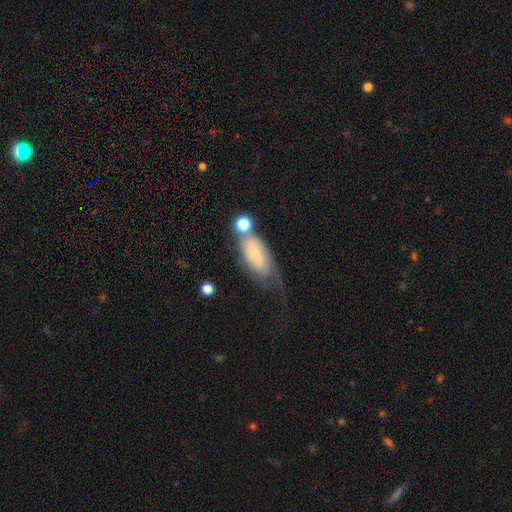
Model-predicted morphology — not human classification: smooth-or-featured: smooth: 59% | featured or disk: 33% | star or artifact: 8%
  how-rounded: in between: 83% | cigar-shaped: 12% | round: 5%
  merging: none: 37% | merger: 26% | minor disturbance: 22% | major disturbance: 15%